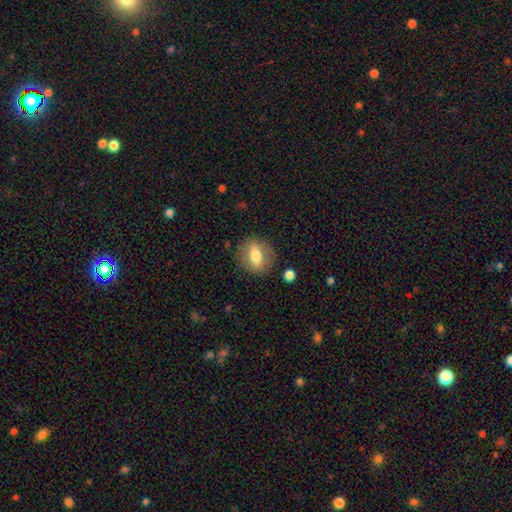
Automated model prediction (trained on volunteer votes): smooth 62%, featured or disk 30%, star or artifact 8%. Down the decision tree: how rounded — in between (52%); merging — none (84%).